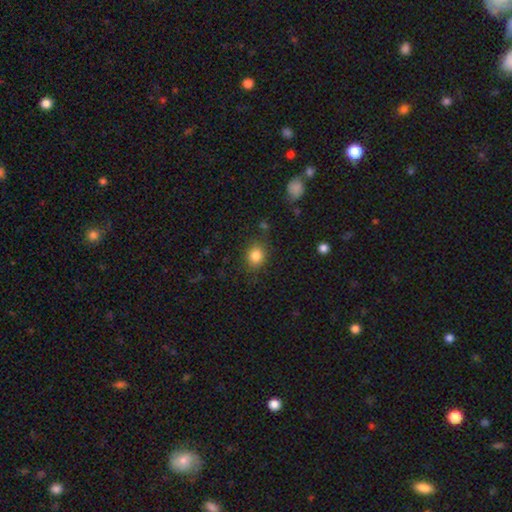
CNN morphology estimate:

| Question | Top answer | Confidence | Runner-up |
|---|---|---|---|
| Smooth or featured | smooth | 84% | star or artifact (11%) |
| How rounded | round | 65% | in between (35%) |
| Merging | none | 81% | minor disturbance (13%) |